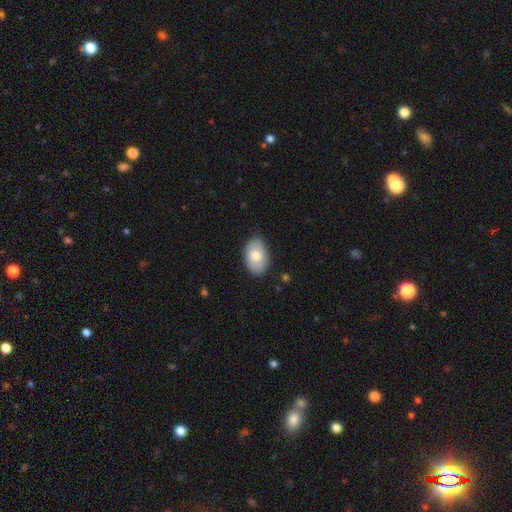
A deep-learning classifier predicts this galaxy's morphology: A smooth galaxy with no disk features (75%) that is in between round and cigar-shaped (89%). Merging: none (79%).